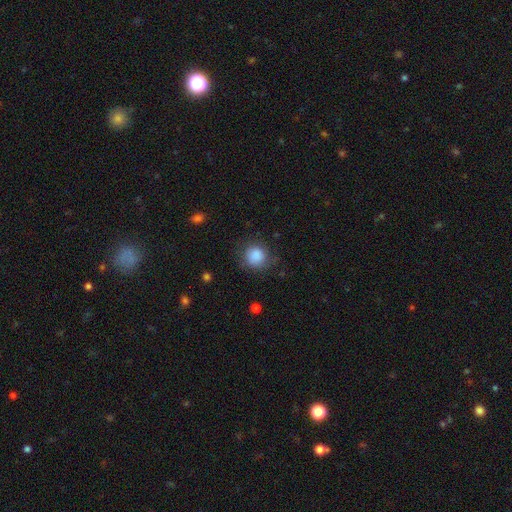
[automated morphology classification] smooth 86%, star or artifact 9%, featured or disk 5%. Down the decision tree: how rounded — round (88%); merging — none (75%).